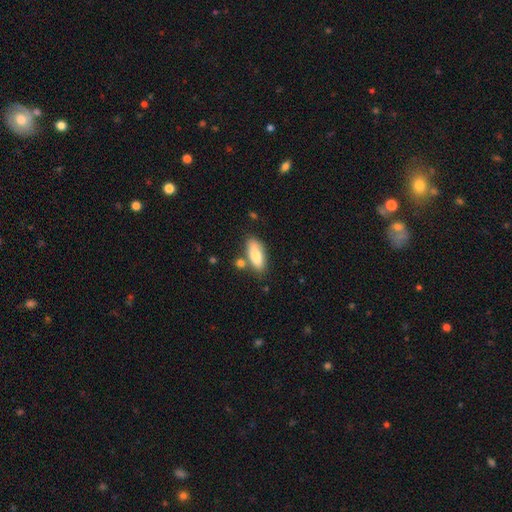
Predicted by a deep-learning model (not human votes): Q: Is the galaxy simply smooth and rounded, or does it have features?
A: smooth — 79%.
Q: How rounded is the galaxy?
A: in between — 78%.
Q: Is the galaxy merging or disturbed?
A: none — 68%.